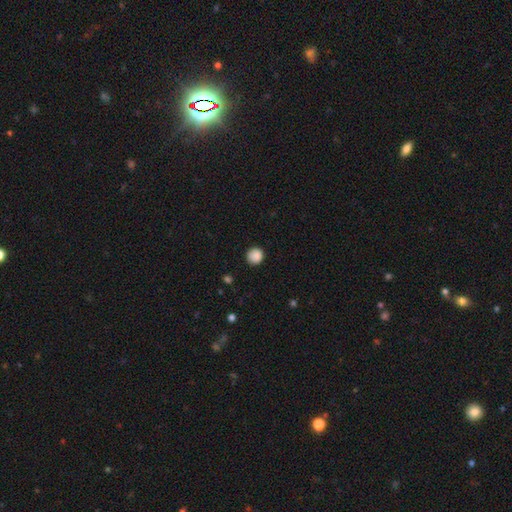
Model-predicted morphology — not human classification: The model was most divided on "merging": none: 87%, minor disturbance: 9%, major disturbance: 2%, merger: 1%. More confident: how rounded — round (91%); smooth or featured — smooth (88%).